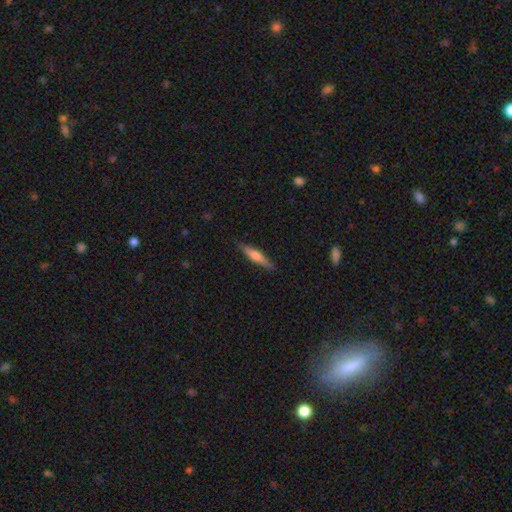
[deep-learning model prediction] The model was most divided on "smooth or featured": smooth: 53%, featured or disk: 41%, star or artifact: 6%. More confident: merging — none (87%); how rounded — cigar-shaped (85%).